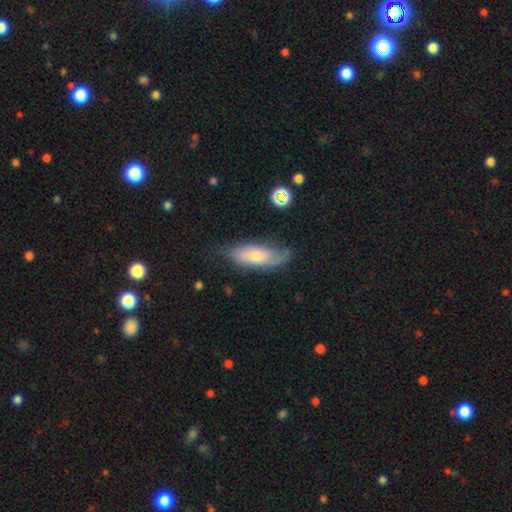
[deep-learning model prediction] smooth-or-featured: smooth: 53% | featured or disk: 40% | star or artifact: 7%
  how-rounded: in between: 68% | cigar-shaped: 30% | round: 2%
  merging: none: 57% | minor disturbance: 30% | major disturbance: 11% | merger: 2%